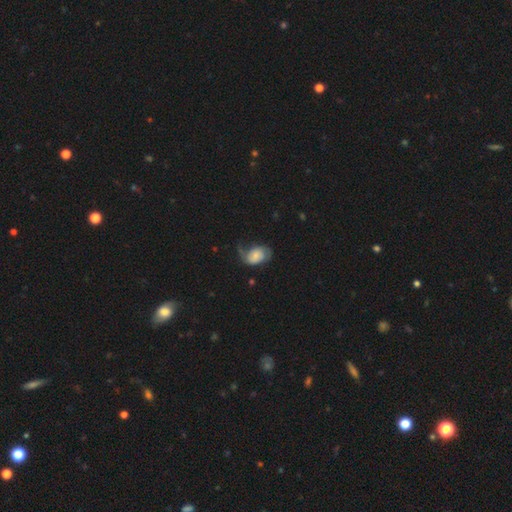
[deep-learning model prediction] Smooth or featured?
  - featured or disk: 47% *
  - smooth: 45%
  - star or artifact: 7%
Merging?
  - none: 38% *
  - minor disturbance: 31%
  - major disturbance: 28%
  - merger: 3%